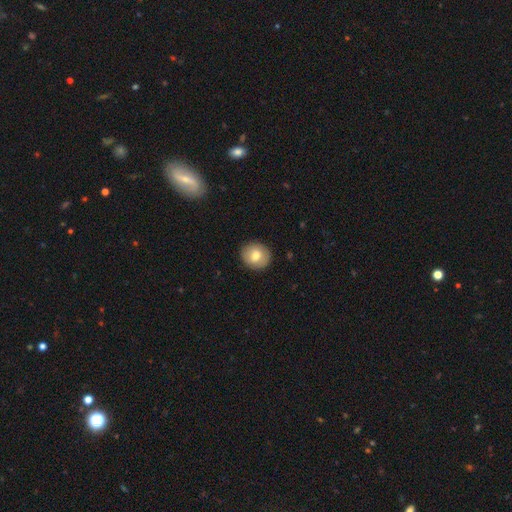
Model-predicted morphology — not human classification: This appears to be a smooth galaxy with no disk features (75%) that is round (82%). Merging: none (90%).